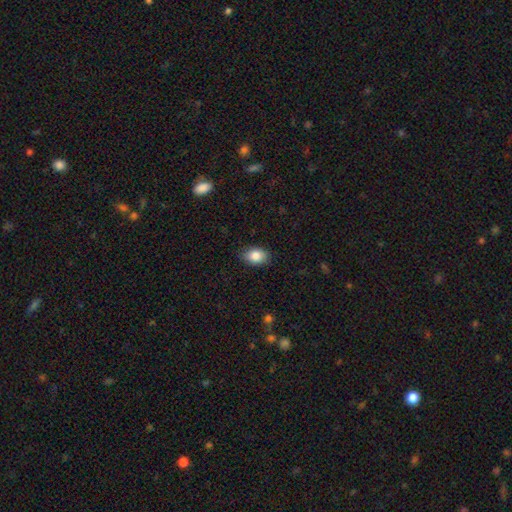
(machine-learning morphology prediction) Smooth or featured: smooth — 85% (star or artifact — 8%)
How rounded: in between — 79% (round — 20%)
Merging: none — 84% (minor disturbance — 12%)